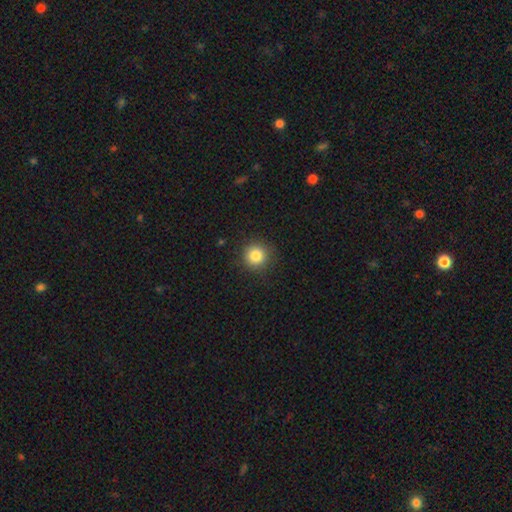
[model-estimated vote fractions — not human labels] The model was most divided on "smooth or featured": smooth: 83%, star or artifact: 11%, featured or disk: 6%. More confident: how rounded — round (94%); merging — none (89%).